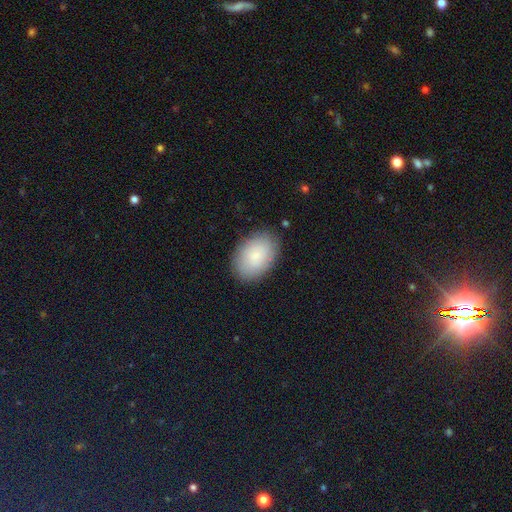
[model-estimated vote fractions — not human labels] This appears to be a smooth galaxy with no disk features (82%) that is in between round and cigar-shaped (88%). Merging: none (85%).